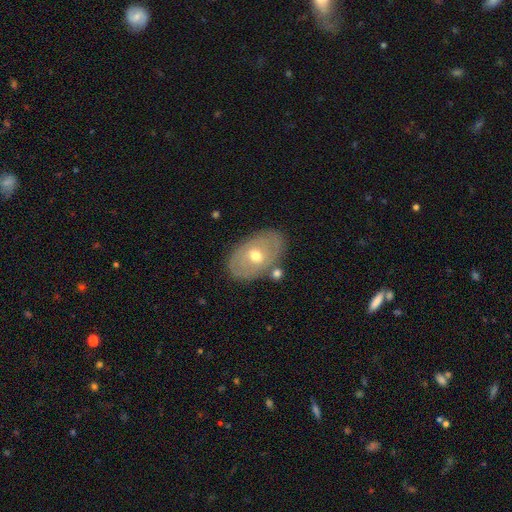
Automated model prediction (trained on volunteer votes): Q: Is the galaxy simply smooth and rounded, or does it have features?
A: featured or disk — 53%.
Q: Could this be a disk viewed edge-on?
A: no — 91%.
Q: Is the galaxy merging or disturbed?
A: none — 75%.